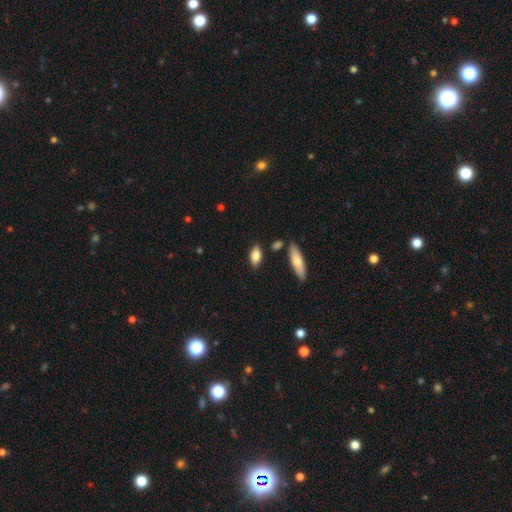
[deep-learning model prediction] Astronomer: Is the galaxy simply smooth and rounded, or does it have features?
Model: smooth — 79%.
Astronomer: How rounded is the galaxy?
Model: in between — 85%.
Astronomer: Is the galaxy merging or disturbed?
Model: none — 81%.